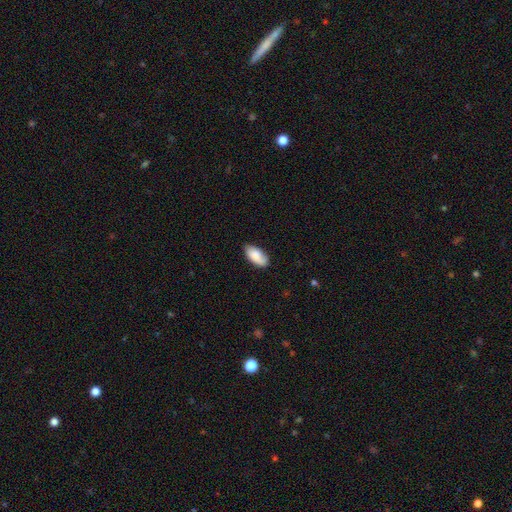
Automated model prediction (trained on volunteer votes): Smooth or featured? smooth (83%)
How rounded? in between (93%)
Merging? none (76%)